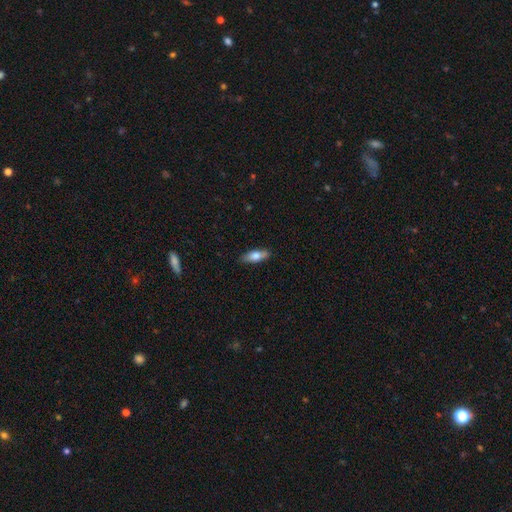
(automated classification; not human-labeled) Smooth or featured? smooth (74%)
How rounded? in between (69%)
Merging? none (84%)